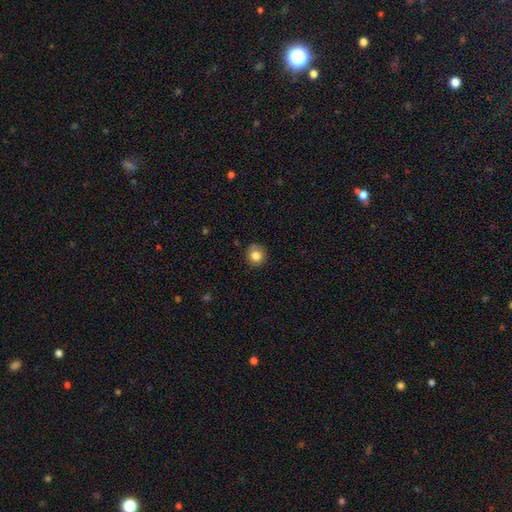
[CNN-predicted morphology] Overall: smooth (81%). How rounded: round (91%). Merging: none (83%).